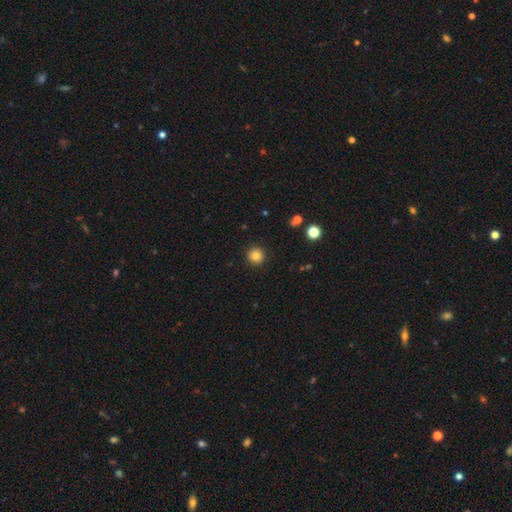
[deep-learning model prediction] Overall: smooth (84%). How rounded: round (95%). Merging: none (92%).